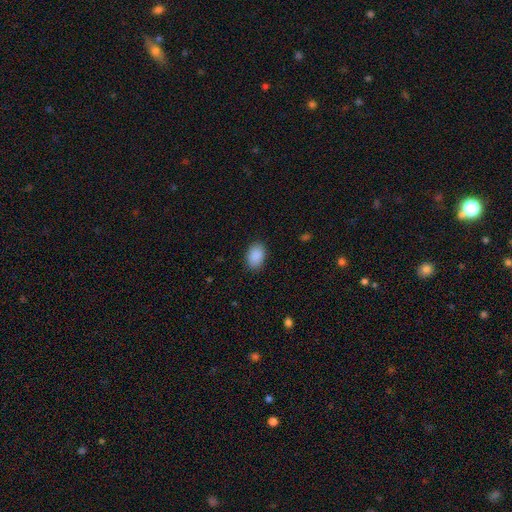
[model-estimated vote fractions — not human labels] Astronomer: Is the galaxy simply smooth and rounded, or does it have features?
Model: smooth — 90%.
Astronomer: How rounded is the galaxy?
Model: in between — 85%.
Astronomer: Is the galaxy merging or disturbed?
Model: none — 87%.